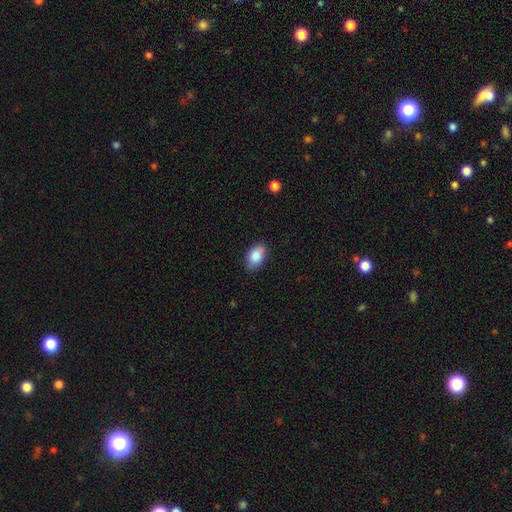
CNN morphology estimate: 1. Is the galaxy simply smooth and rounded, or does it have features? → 87% smooth, 7% star or artifact, 6% featured or disk.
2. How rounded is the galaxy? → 91% in between, 8% round, 2% cigar-shaped.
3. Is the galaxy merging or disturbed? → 82% none, 14% minor disturbance, 3% major disturbance, 1% merger.